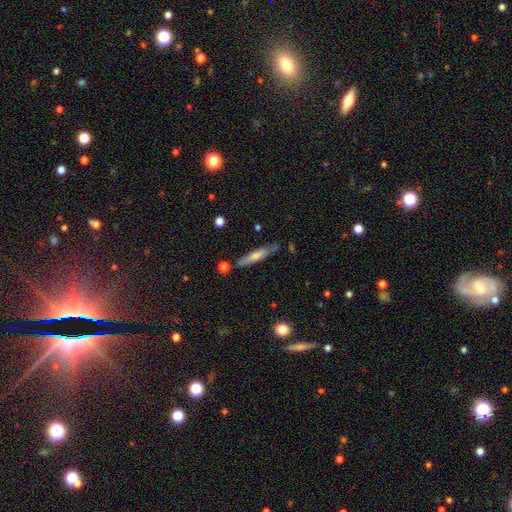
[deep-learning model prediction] This is possibly a smooth galaxy (56%). How rounded: clearly cigar-shaped (89%). Merging: likely none (79%).